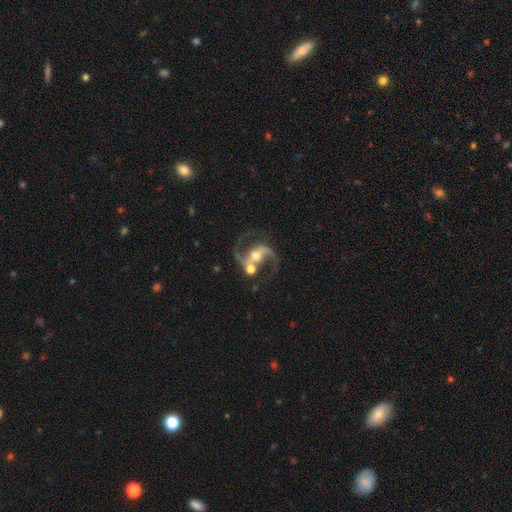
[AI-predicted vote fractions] smooth_or_featured: featured or disk (p=0.89) [alt: star or artifact p=0.06]
disk_edge_on: no (p=0.98) [alt: yes p=0.02]
bar: weak (p=0.36) [alt: no p=0.34]
has_spiral_arms: yes (p=0.97) [alt: no p=0.03]
spiral_winding: medium (p=0.51) [alt: loose p=0.41]
spiral_arm_count: 2 (p=0.92) [alt: 1 p=0.03]
bulge_size: moderate (p=0.65) [alt: small p=0.22]
merging: none (p=0.56) [alt: merger p=0.20]